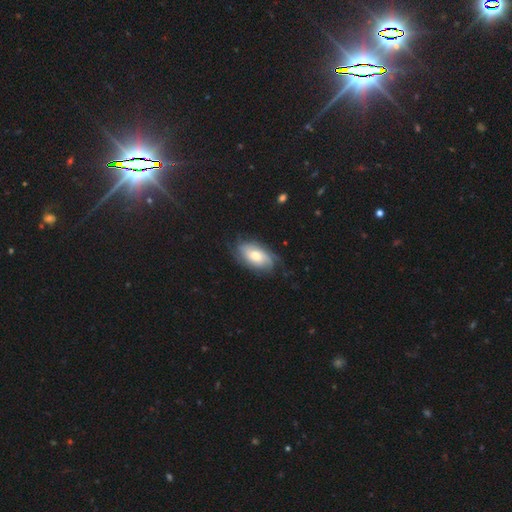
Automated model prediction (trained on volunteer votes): This appears to be a featured or disk galaxy (62%) with no bar (72%), tight (50%) spiral arms (88%) and a moderate central bulge (65%). Merging: none (71%).